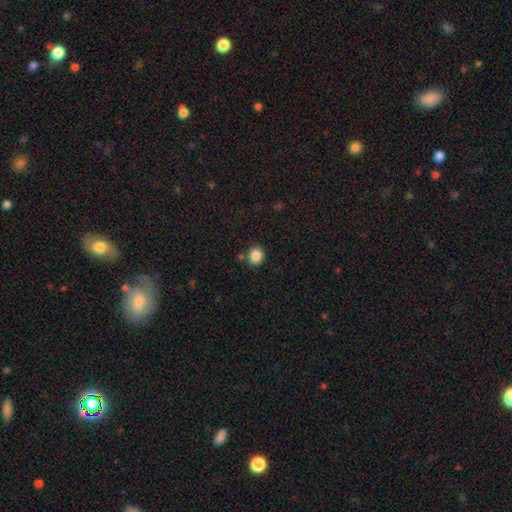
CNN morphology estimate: smooth 86%, star or artifact 10%, featured or disk 4%. Down the decision tree: how rounded — round (70%); merging — none (82%).